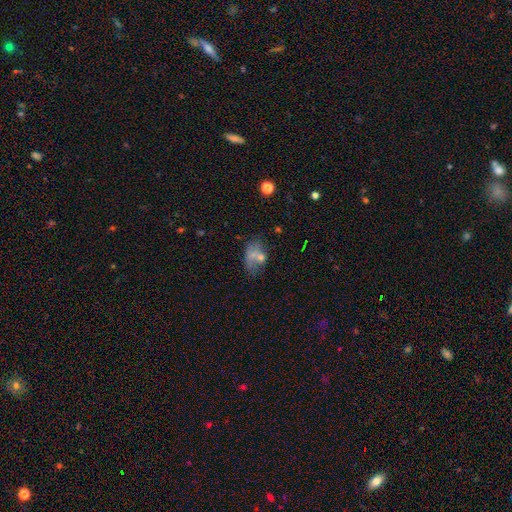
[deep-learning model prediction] The model was most divided on "merging": none: 37%, minor disturbance: 23%, merger: 21%, major disturbance: 19%. More confident: how rounded — in between (83%); smooth or featured — smooth (58%).